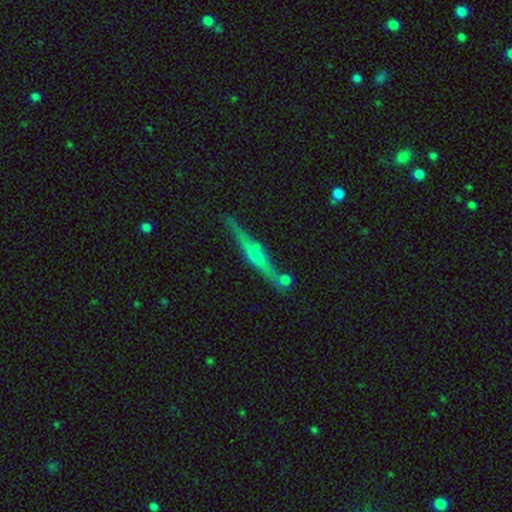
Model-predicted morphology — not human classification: featured or disk 79%, smooth 13%, star or artifact 8%. Down the decision tree: edge-on disk — yes (97%); edge-on bulge — rounded (84%); merging — none (84%).